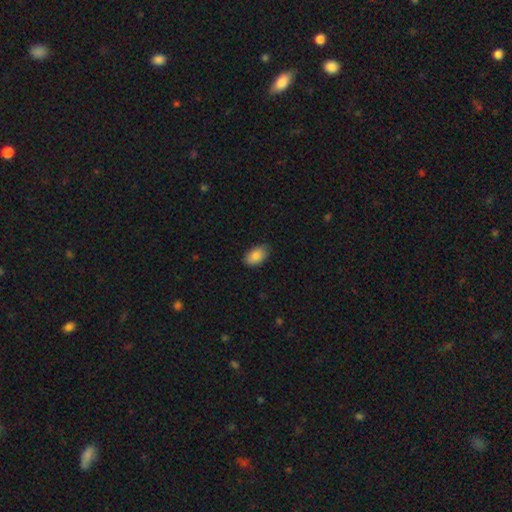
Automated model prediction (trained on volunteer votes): Overall: smooth (86%). How rounded: in between (92%). Merging: none (83%).